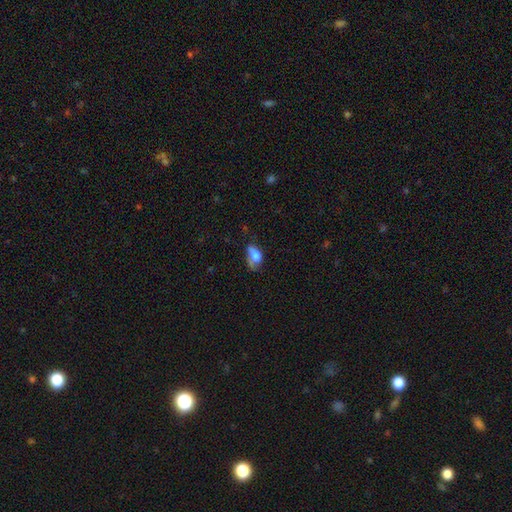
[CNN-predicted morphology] smooth 65%, featured or disk 26%, star or artifact 9%. Down the decision tree: how rounded — in between (86%); merging — minor disturbance (34%).